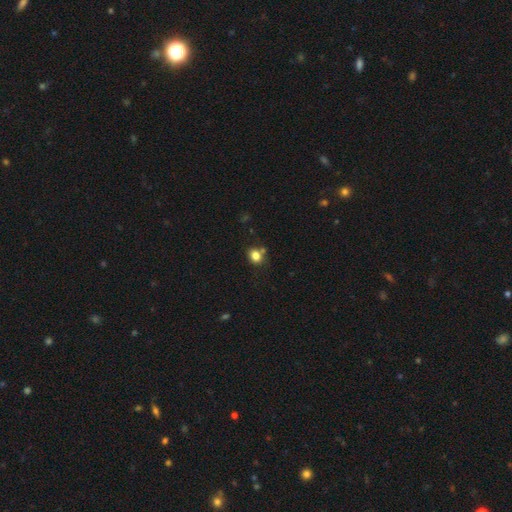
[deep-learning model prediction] smooth 82%, star or artifact 12%, featured or disk 6%. Down the decision tree: how rounded — round (62%); merging — none (70%).